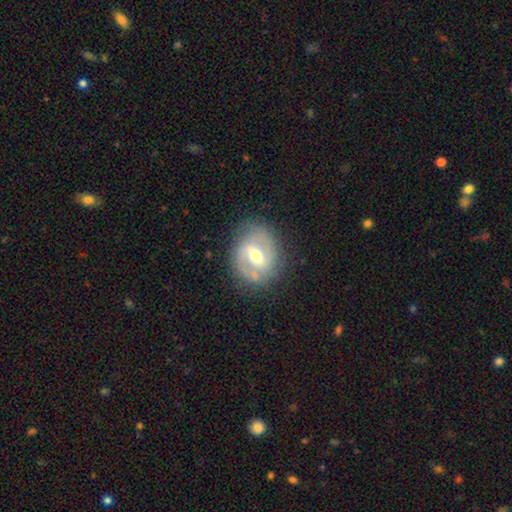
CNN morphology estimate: featured or disk 78%, smooth 16%, star or artifact 6%. Down the decision tree: edge-on disk — no (97%); bar — weak (53%); spiral arms — yes (87%); spiral arm count — 2 (82%); spiral winding — medium (48%); bulge size — moderate (69%); merging — none (77%).